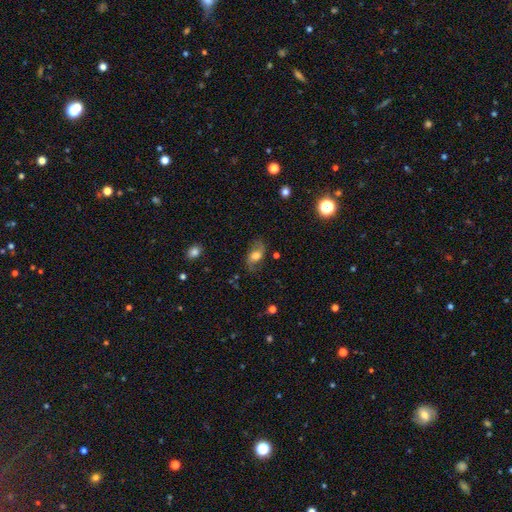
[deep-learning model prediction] Q: Smooth or featured?
A: smooth (47%); runner-up: featured or disk (44%)
Q: Merging?
A: none (72%); runner-up: minor disturbance (18%)